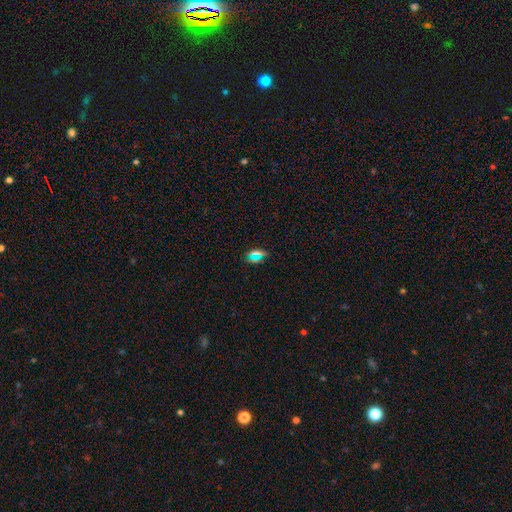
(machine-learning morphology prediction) Smooth or featured? Predicted: smooth (p=0.54). How rounded? Predicted: in between (p=0.70). Merging? Predicted: none (p=0.74).